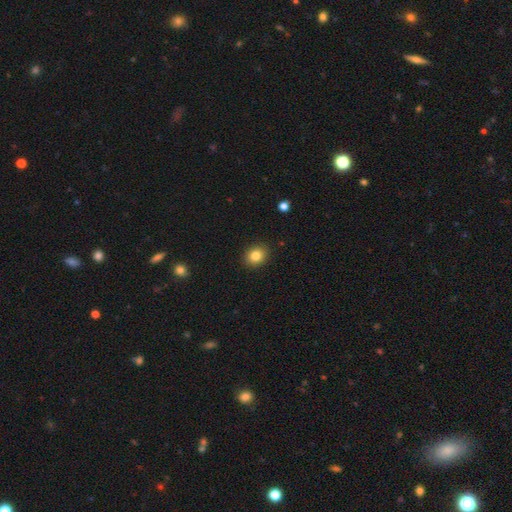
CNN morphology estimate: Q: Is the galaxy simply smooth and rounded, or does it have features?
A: smooth — 83%.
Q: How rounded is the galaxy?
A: round — 62%.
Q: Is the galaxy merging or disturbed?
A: none — 90%.